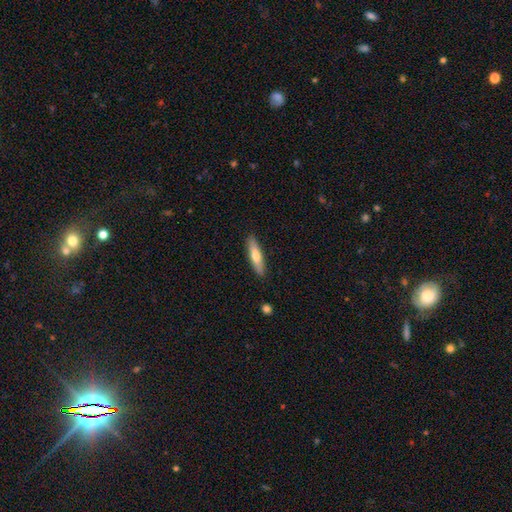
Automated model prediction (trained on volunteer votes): smooth-or-featured: smooth: 67% | featured or disk: 27% | star or artifact: 6%
  how-rounded: cigar-shaped: 77% | in between: 21% | round: 2%
  merging: none: 89% | minor disturbance: 8% | major disturbance: 2% | merger: 1%